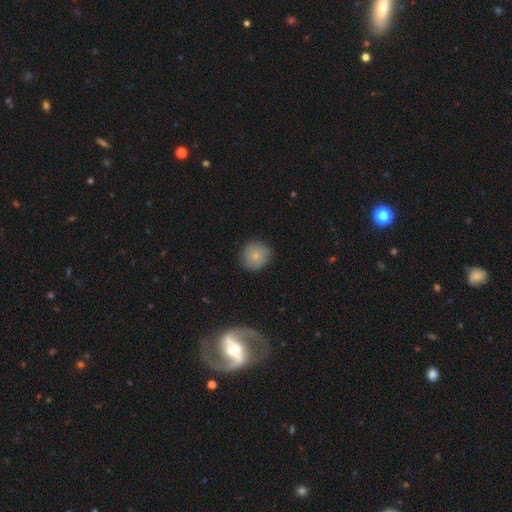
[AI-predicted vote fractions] smooth 77%, featured or disk 15%, star or artifact 8%. Down the decision tree: how rounded — round (91%); merging — none (82%).